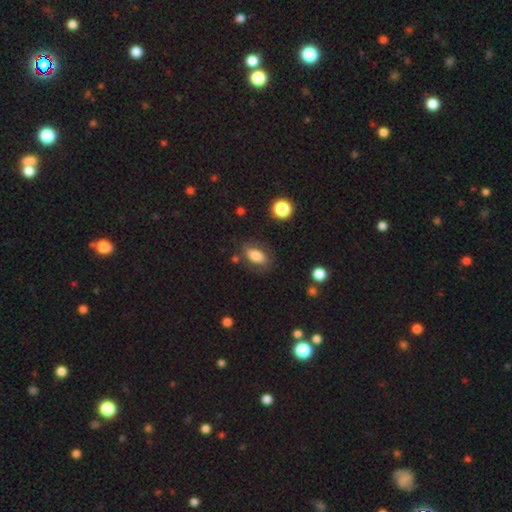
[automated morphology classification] A smooth galaxy with no disk features (72%) that is in between round and cigar-shaped (88%). Merging: none (75%).